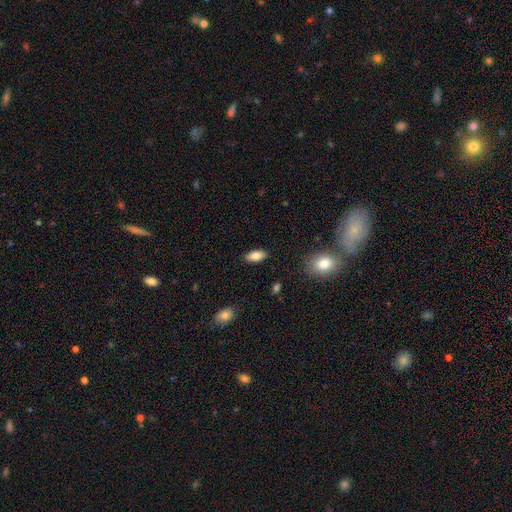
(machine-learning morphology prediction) smooth_or_featured: smooth (p=0.82) [alt: featured or disk p=0.11]
how_rounded: in between (p=0.89) [alt: cigar-shaped p=0.08]
merging: none (p=0.87) [alt: minor disturbance p=0.09]